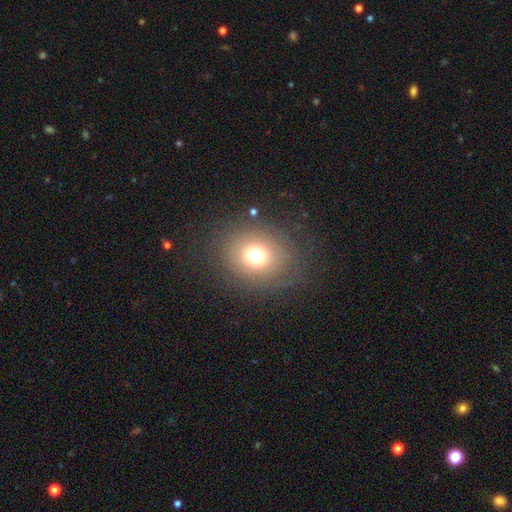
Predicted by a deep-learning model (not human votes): Smooth or featured: smooth — 68% (star or artifact — 18%)
How rounded: round — 75% (in between — 24%)
Merging: none — 81% (minor disturbance — 10%)